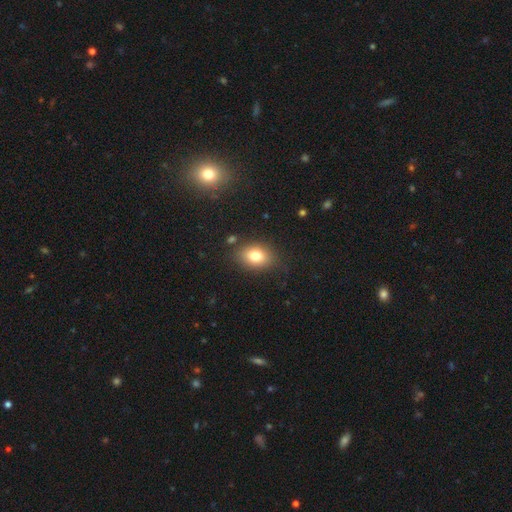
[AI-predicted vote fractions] smooth-or-featured: smooth: 79% | featured or disk: 11% | star or artifact: 10%
  how-rounded: in between: 71% | round: 27% | cigar-shaped: 1%
  merging: none: 81% | minor disturbance: 13% | major disturbance: 4% | merger: 3%